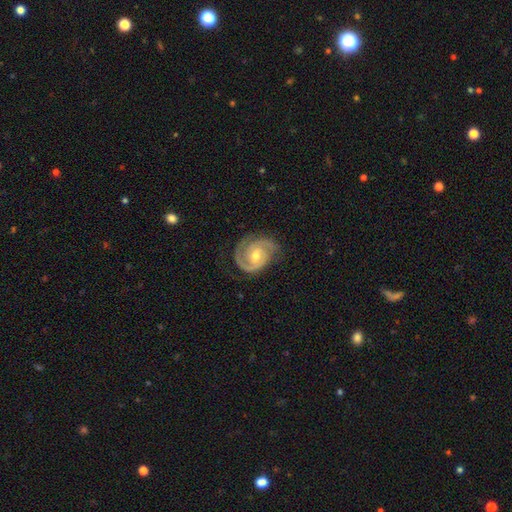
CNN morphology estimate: Smooth or featured? Predicted: featured or disk (p=0.91). Edge-on disk? Predicted: no (p=0.98). Bar? Predicted: no (p=0.54). Spiral arms? Predicted: yes (p=0.98). Spiral winding? Predicted: tight (p=0.61). Spiral arm count? Predicted: 2 (p=0.81). Bulge size? Predicted: moderate (p=0.72). Merging? Predicted: none (p=0.76).